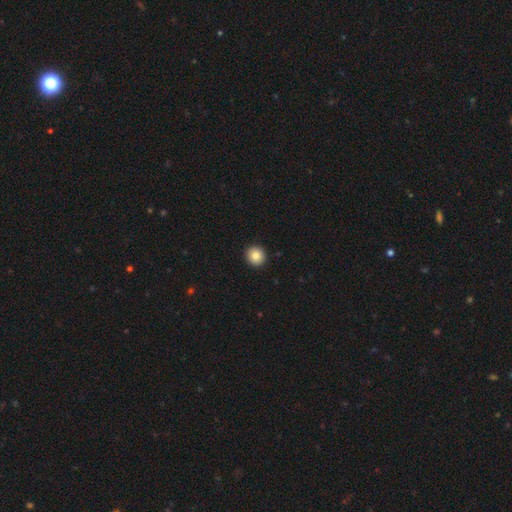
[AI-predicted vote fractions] A smooth galaxy with no disk features (85%) that is round (93%).

Vote fractions:
- Smooth or featured? smooth: 85% / star or artifact: 9% / featured or disk: 6%
- How rounded? round: 93% / in between: 6% / cigar-shaped: 1%
- Merging? none: 93% / minor disturbance: 4% / major disturbance: 1% / merger: 1%